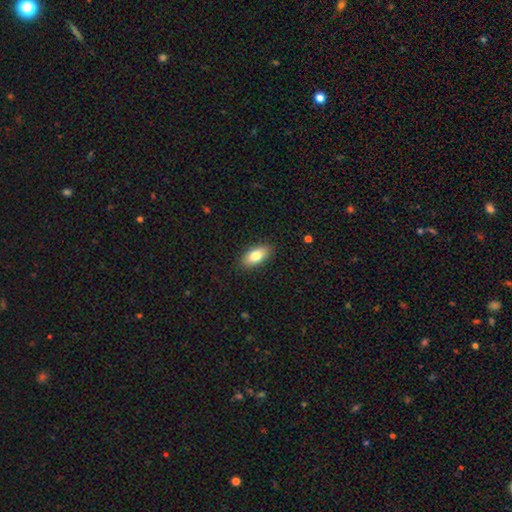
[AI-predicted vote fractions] Morphology: type=smooth (80%); roundness=in between (89%); merging=none (88%).